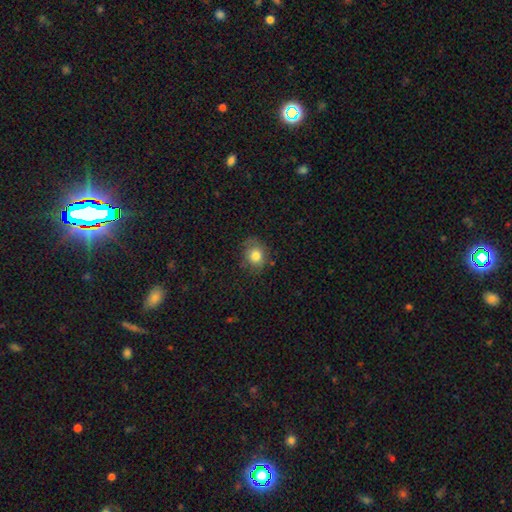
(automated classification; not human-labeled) Q: Smooth or featured?
A: smooth (80%); runner-up: featured or disk (10%)
Q: How rounded?
A: round (64%); runner-up: in between (36%)
Q: Merging?
A: none (74%); runner-up: minor disturbance (20%)